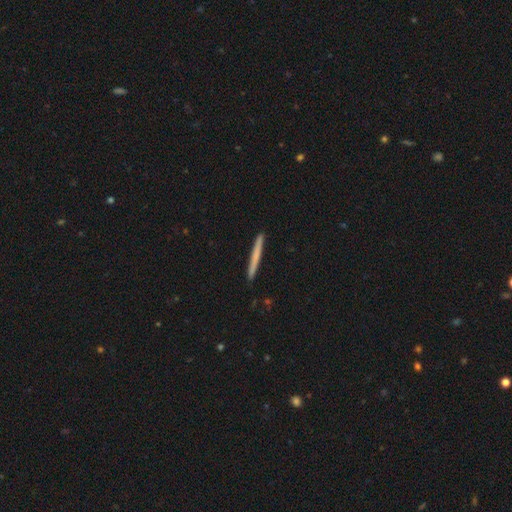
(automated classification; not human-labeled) Smooth or featured? Predicted: smooth (p=0.62). How rounded? Predicted: cigar-shaped (p=0.97). Merging? Predicted: none (p=0.93).